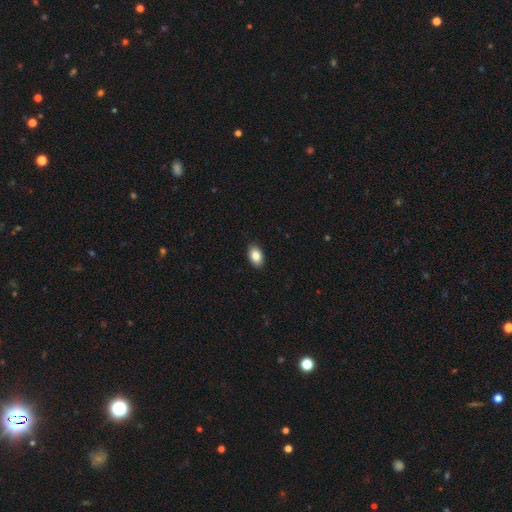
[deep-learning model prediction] A smooth galaxy with no disk features (86%) that is in between round and cigar-shaped (91%). Merging: none (89%).